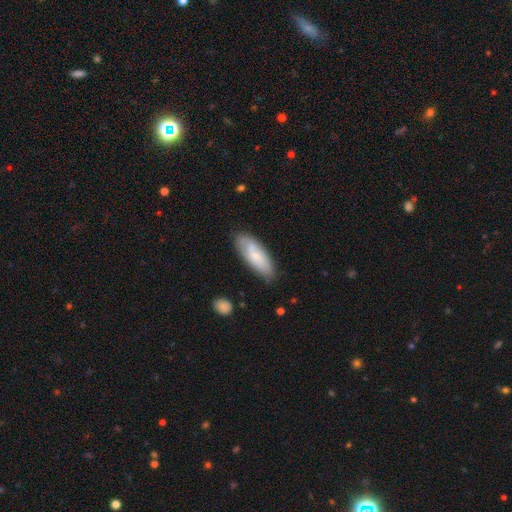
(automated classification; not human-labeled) This appears to be a smooth galaxy with no disk features (61%) that is in between round and cigar-shaped (71%). Merging: none (76%).